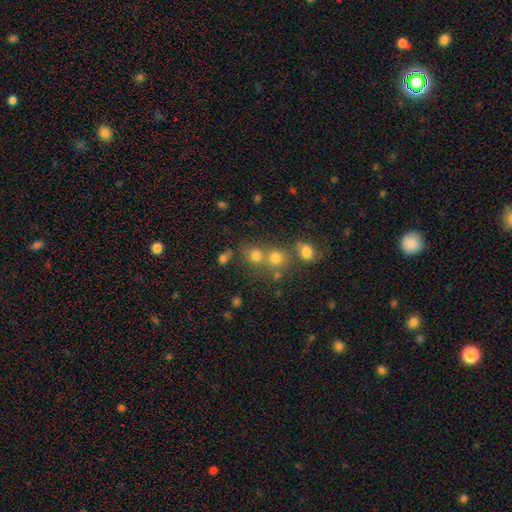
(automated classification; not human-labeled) This is likely a smooth galaxy (75%). How rounded: clearly round (84%). Merging: possibly none (53%).